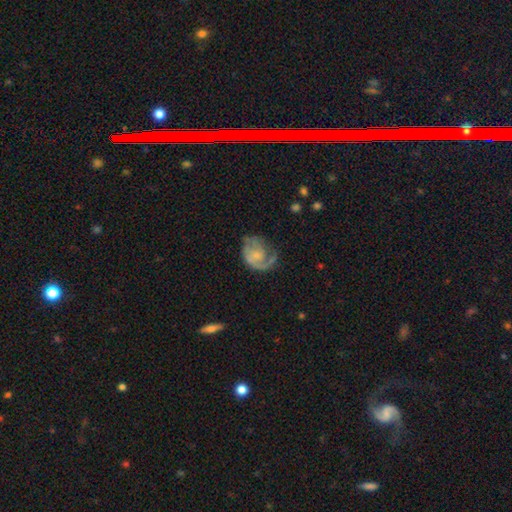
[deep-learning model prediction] A featured or disk galaxy (69%) with no bar (65%), 1 (51%) medium (42%) spiral arms (86%) and a small central bulge (38%). Merging: none (48%).